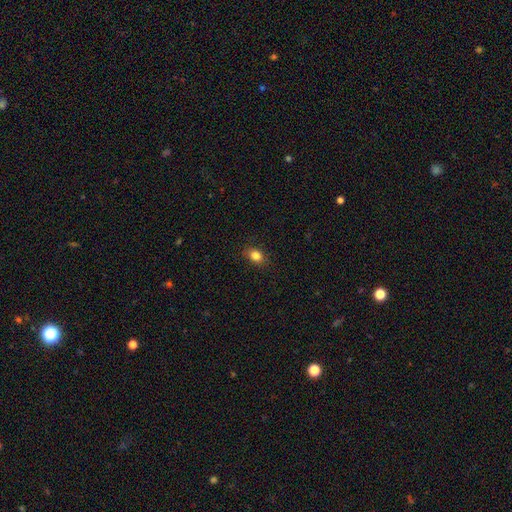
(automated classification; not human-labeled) Smooth or featured? smooth (84%)
How rounded? in between (69%)
Merging? none (86%)